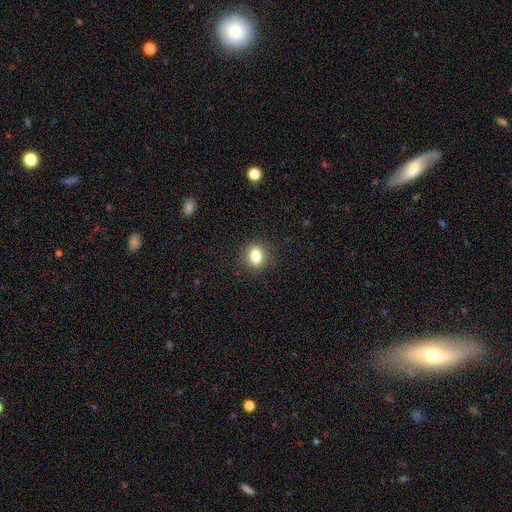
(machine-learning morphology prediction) The model was most divided on "how rounded": in between: 72%, round: 22%, cigar-shaped: 6%. More confident: merging — none (86%); smooth or featured — smooth (82%).